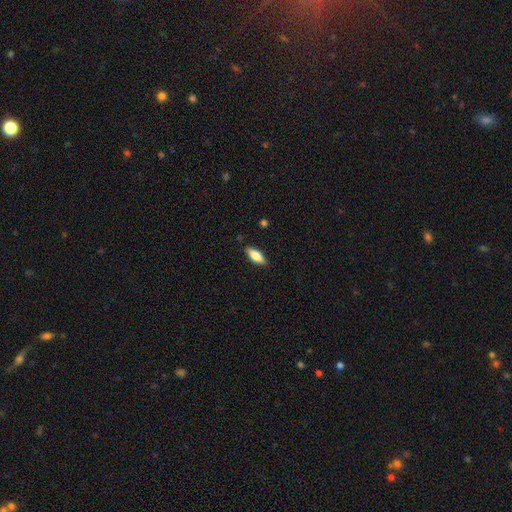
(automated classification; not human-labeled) Q: Smooth or featured?
A: smooth (74%); runner-up: featured or disk (20%)
Q: How rounded?
A: in between (69%); runner-up: cigar-shaped (28%)
Q: Merging?
A: none (86%); runner-up: minor disturbance (11%)